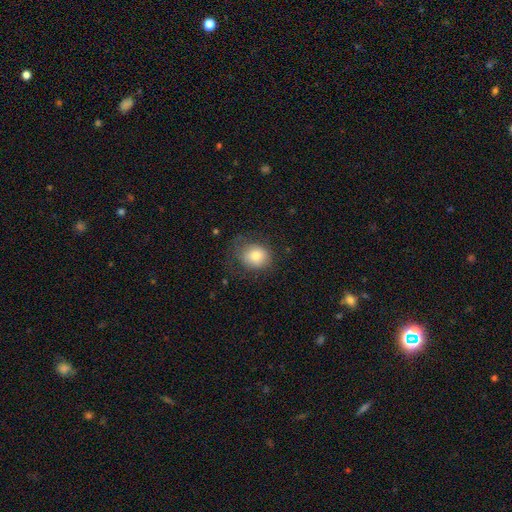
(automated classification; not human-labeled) A smooth galaxy with no disk features (78%) that is round (67%). Merging: none (63%).